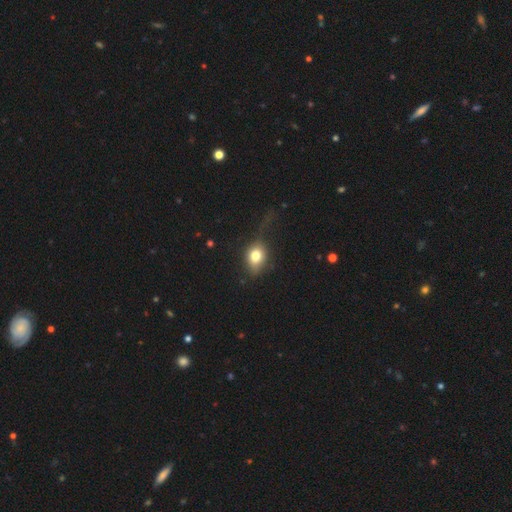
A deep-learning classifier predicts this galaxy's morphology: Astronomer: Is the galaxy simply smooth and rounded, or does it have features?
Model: smooth — 76%.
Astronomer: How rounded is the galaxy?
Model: in between — 58% (runner-up: round, 41%).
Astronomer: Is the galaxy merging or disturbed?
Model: none — 53%.